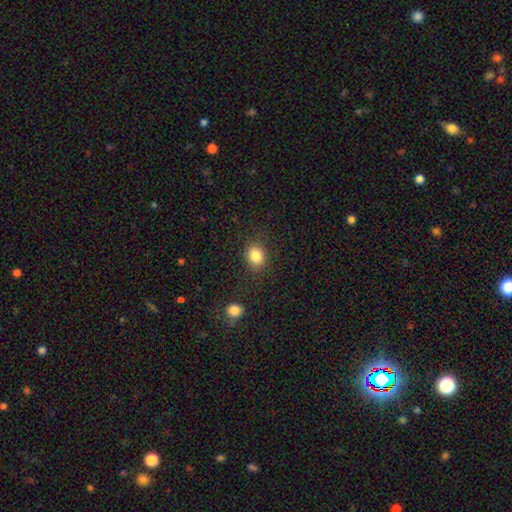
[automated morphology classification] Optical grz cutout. It shows a smooth galaxy with no disk features (84%) that is round (58%). Merging: none (84%).